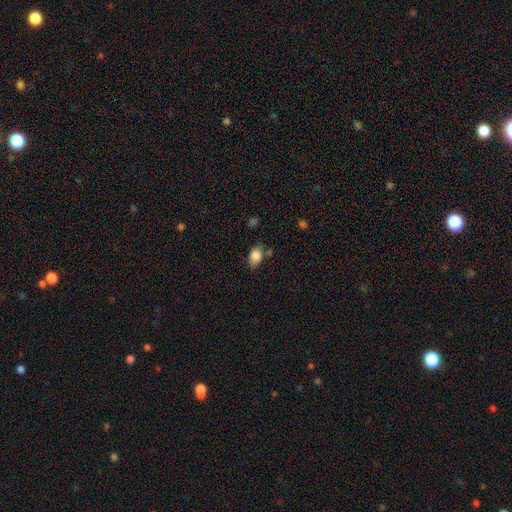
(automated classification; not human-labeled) Overall: smooth (84%). How rounded: in between (87%). Merging: none (64%).